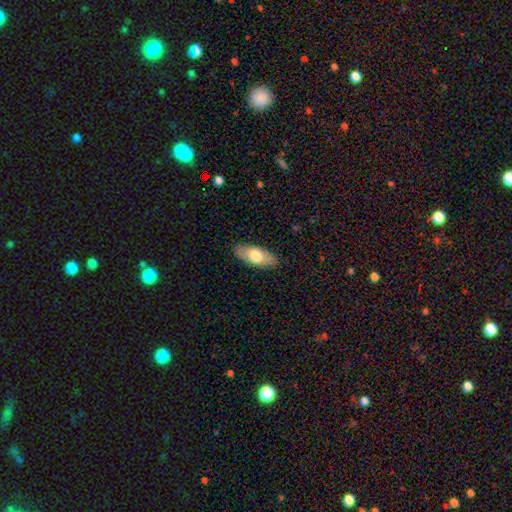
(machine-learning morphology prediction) Smooth or featured? smooth (68%)
How rounded? in between (85%)
Merging? none (87%)